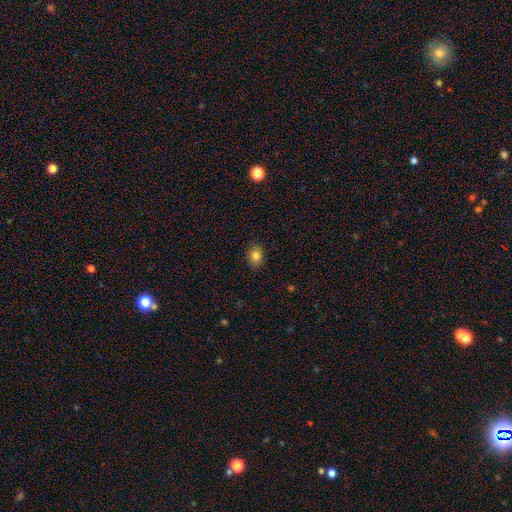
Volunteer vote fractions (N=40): This is clearly a smooth galaxy (82%). How rounded: possibly round (52%). Merging: clearly none (89%).